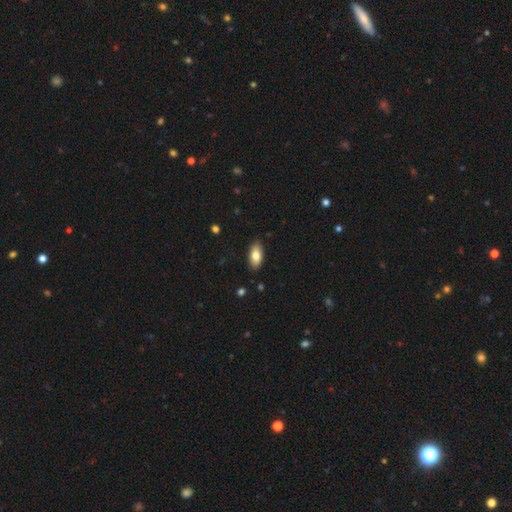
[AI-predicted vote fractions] Smooth or featured? smooth (79%)
How rounded? in between (89%)
Merging? none (87%)